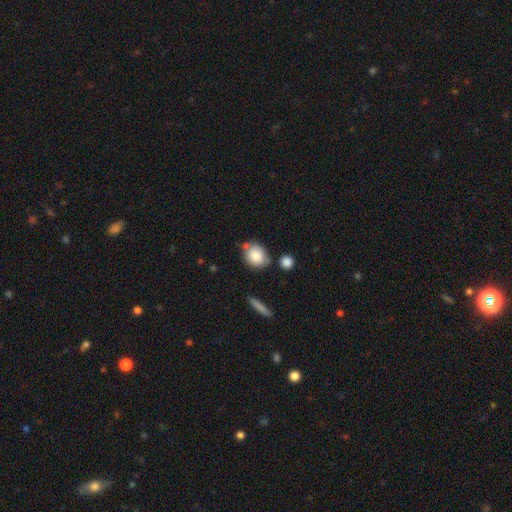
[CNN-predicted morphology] A smooth galaxy with no disk features (82%) that is round (59%).

Vote fractions:
- Smooth or featured? smooth: 82% / featured or disk: 11% / star or artifact: 8%
- How rounded? round: 59% / in between: 40% / cigar-shaped: 2%
- Merging? none: 62% / minor disturbance: 18% / merger: 15% / major disturbance: 5%